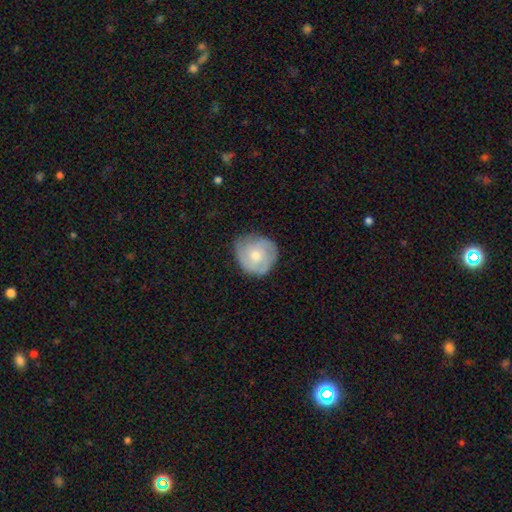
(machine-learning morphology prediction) smooth_or_featured: featured or disk (p=0.49) [alt: smooth p=0.45]
merging: none (p=0.66) [alt: minor disturbance p=0.25]